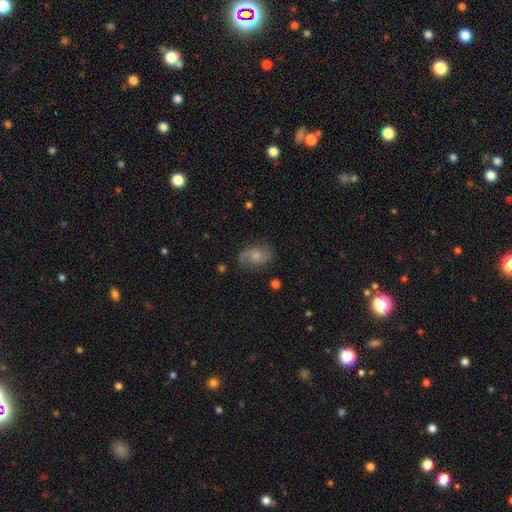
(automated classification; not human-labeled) A featured or disk galaxy (64%) with no bar (62%), 2 (83%) medium (44%) spiral arms (92%) and a moderate central bulge (41%).

Vote fractions:
- Smooth or featured? featured or disk: 64% / smooth: 27% / star or artifact: 8%
- Edge-on disk? no: 97% / yes: 3%
- Bar? no: 62% / weak: 34% / strong: 4%
- Spiral arms? yes: 92% / no: 8%
- Spiral winding? medium: 44% / loose: 40% / tight: 16%
- Spiral arm count? 2: 83% / 1: 7% / can't tell: 6% / 3: 1% / 4: 1% / more than 4: 1%
- Bulge size? moderate: 41% / small: 36% / none: 15% / large: 8% / dominant: 2%
- Merging? none: 73% / minor disturbance: 18% / major disturbance: 7% / merger: 2%